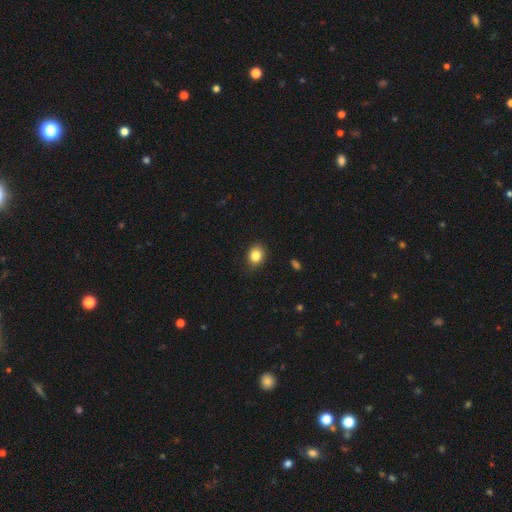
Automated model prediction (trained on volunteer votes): Smooth or featured? Predicted: smooth (p=0.84). How rounded? Predicted: round (p=0.61). Merging? Predicted: none (p=0.84).